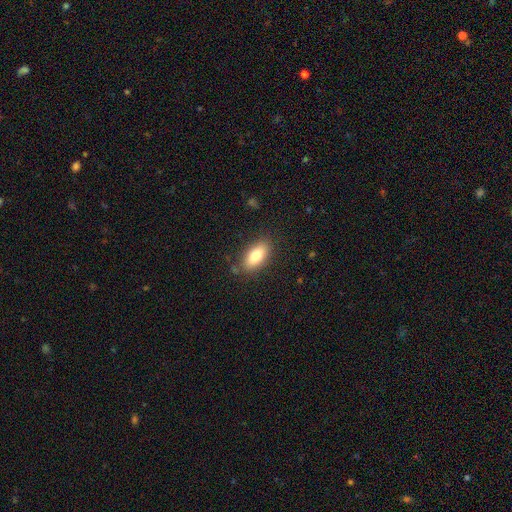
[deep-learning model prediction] Morphology: type=smooth (80%); roundness=in between (88%); merging=none (83%).